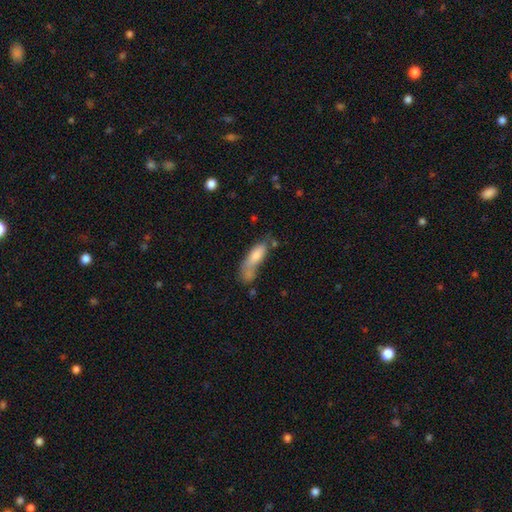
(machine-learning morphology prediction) Smooth or featured?
  - smooth: 73% *
  - featured or disk: 19%
  - star or artifact: 8%
How rounded?
  - in between: 51% *
  - cigar-shaped: 46%
  - round: 3%
Merging?
  - none: 30% * (tied)
  - merger: 30% * (tied)
  - minor disturbance: 21%
  - major disturbance: 18%